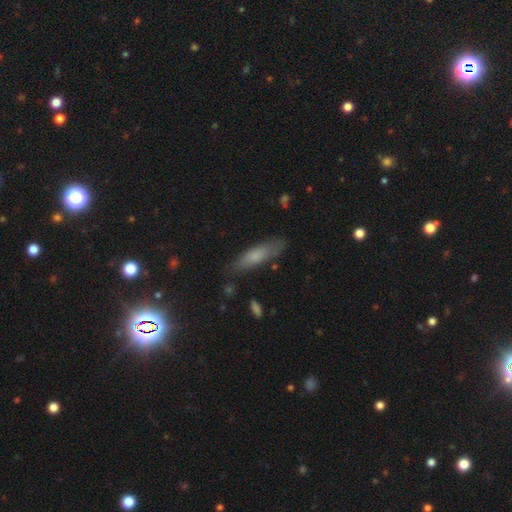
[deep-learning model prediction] Overall: smooth (73%). How rounded: cigar-shaped (63%; in between 36%). Merging: none (75%).